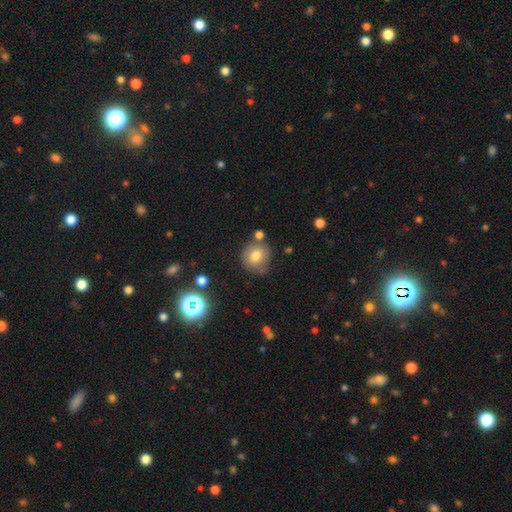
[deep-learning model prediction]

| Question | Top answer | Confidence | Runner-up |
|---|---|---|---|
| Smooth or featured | smooth | 75% | featured or disk (13%) |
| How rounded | round | 87% | in between (12%) |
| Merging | none | 73% | minor disturbance (14%) |